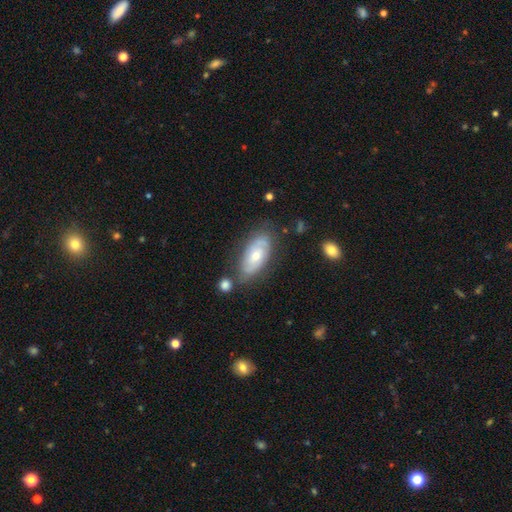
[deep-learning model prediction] Smooth or featured? Predicted: featured or disk (p=0.63). Edge-on disk? Predicted: no (p=0.91). Bar? Predicted: no (p=0.75). Spiral arms? Predicted: yes (p=0.78). Bulge size? Predicted: moderate (p=0.56). Merging? Predicted: none (p=0.65).